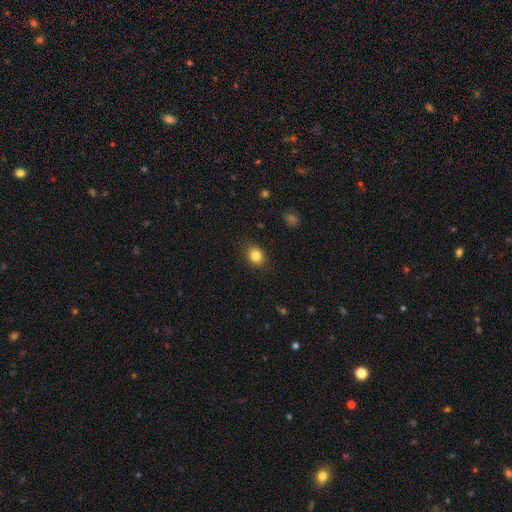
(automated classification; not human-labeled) Q: Smooth or featured?
A: smooth (84%); runner-up: star or artifact (10%)
Q: How rounded?
A: round (54%); runner-up: in between (45%)
Q: Merging?
A: none (87%); runner-up: minor disturbance (9%)